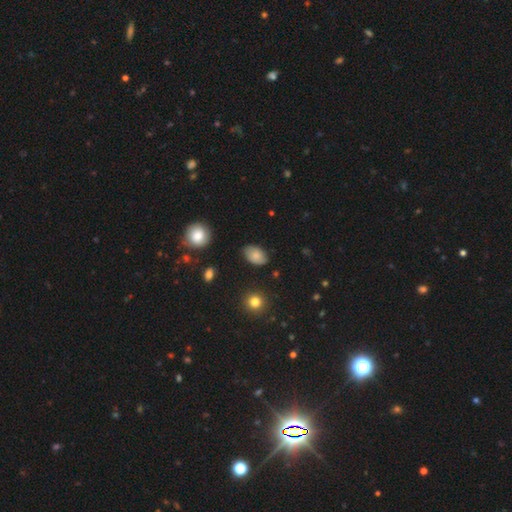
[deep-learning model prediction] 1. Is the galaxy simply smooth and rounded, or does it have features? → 76% smooth, 15% featured or disk, 8% star or artifact.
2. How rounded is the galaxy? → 88% in between, 11% round, 1% cigar-shaped.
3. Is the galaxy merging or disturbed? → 80% none, 15% minor disturbance, 3% major disturbance, 2% merger.